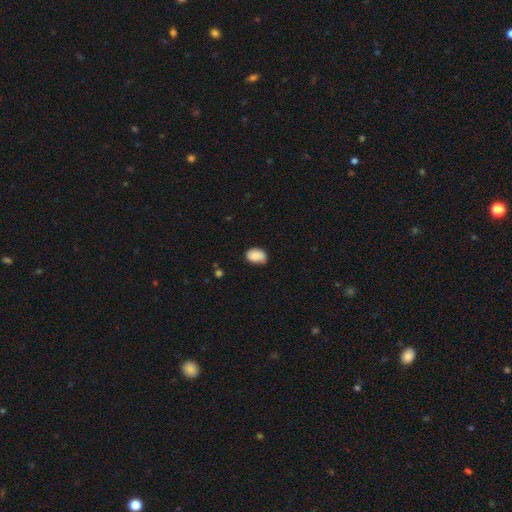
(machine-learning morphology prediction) smooth_or_featured: smooth (p=0.78) [alt: featured or disk p=0.14]
how_rounded: in between (p=0.78) [alt: round p=0.21]
merging: none (p=0.64) [alt: minor disturbance p=0.29]